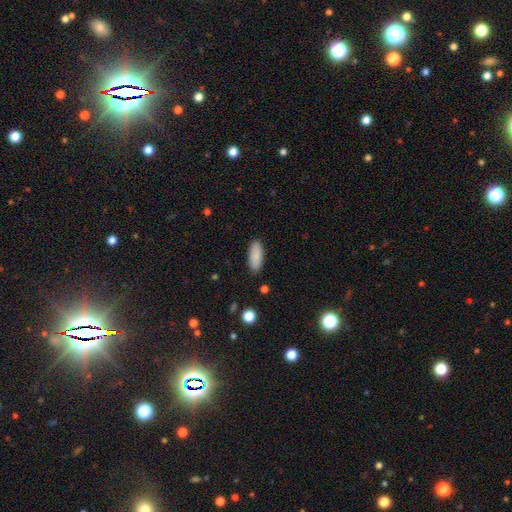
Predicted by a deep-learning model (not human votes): This is clearly a smooth galaxy (89%). How rounded: likely in between (76%). Merging: clearly none (89%).